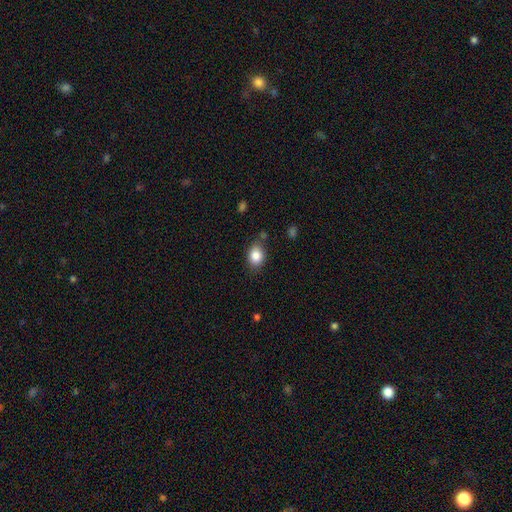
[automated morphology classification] The model was most divided on "how rounded": in between: 61%, round: 38%, cigar-shaped: 1%. More confident: smooth or featured — smooth (84%); merging — none (76%).